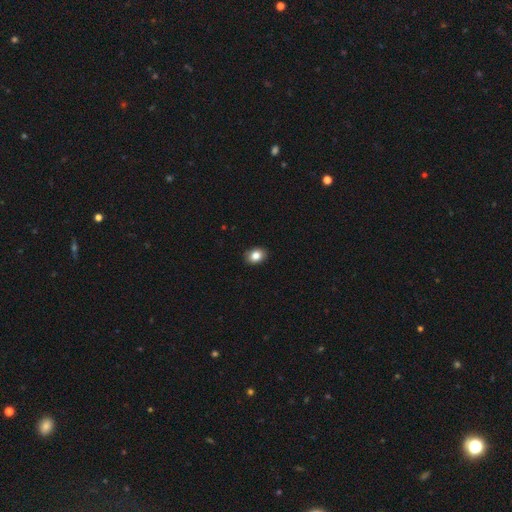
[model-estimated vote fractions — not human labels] Smooth or featured?
  - smooth: 84% *
  - star or artifact: 9%
  - featured or disk: 7%
How rounded?
  - in between: 66% *
  - round: 33%
  - cigar-shaped: 1%
Merging?
  - none: 89% *
  - minor disturbance: 9%
  - major disturbance: 2%
  - merger: 1%